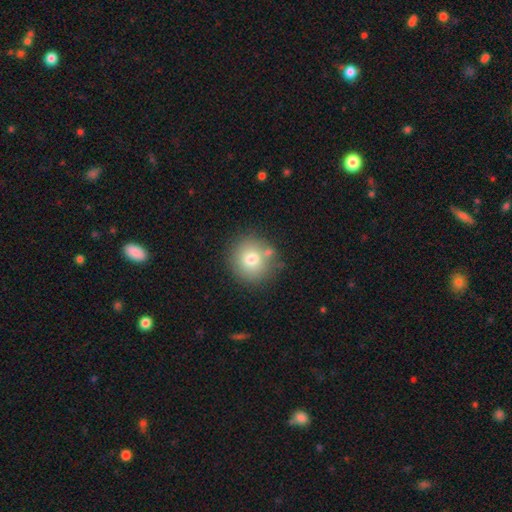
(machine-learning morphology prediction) Q: Smooth or featured?
A: smooth (76%); runner-up: star or artifact (12%)
Q: How rounded?
A: round (90%); runner-up: in between (9%)
Q: Merging?
A: none (80%); runner-up: minor disturbance (10%)